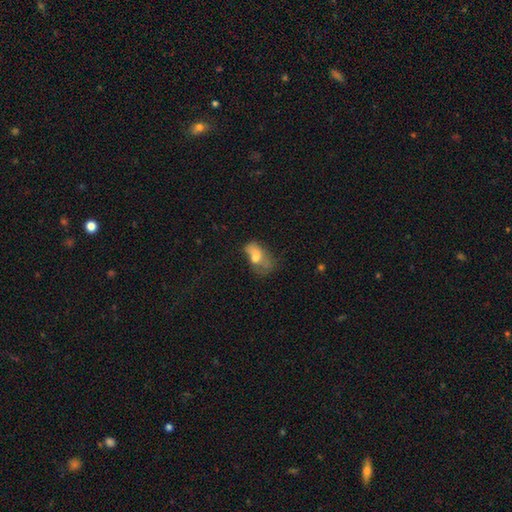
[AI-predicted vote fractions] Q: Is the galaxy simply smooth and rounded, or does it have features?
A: smooth — 61%.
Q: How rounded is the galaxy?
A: in between — 84%.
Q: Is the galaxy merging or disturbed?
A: major disturbance — 35%.